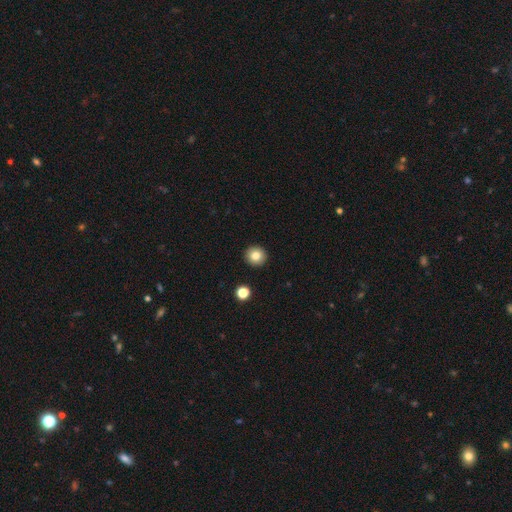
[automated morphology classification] Overall: smooth (82%). How rounded: round (93%). Merging: none (93%).